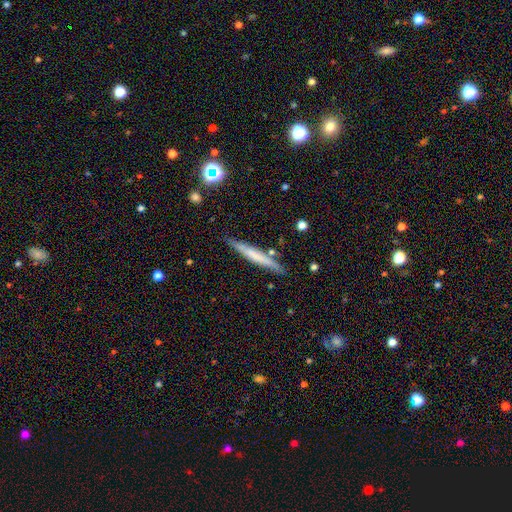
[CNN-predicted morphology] The model was most divided on "smooth or featured": smooth: 52%, featured or disk: 42%, star or artifact: 7%. More confident: how rounded — cigar-shaped (95%); merging — none (84%).